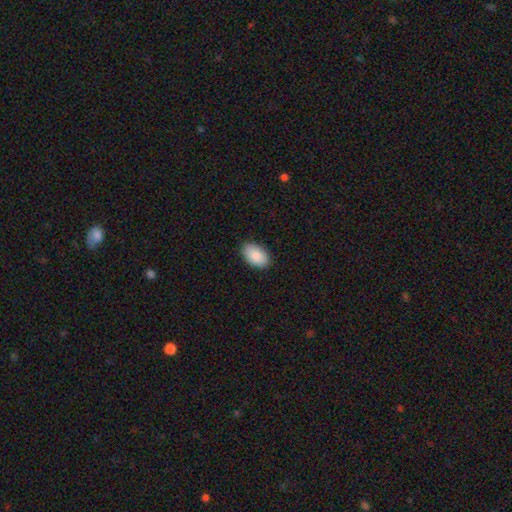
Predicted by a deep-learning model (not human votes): smooth 88%, star or artifact 6%, featured or disk 5%. Down the decision tree: how rounded — in between (93%); merging — none (88%).